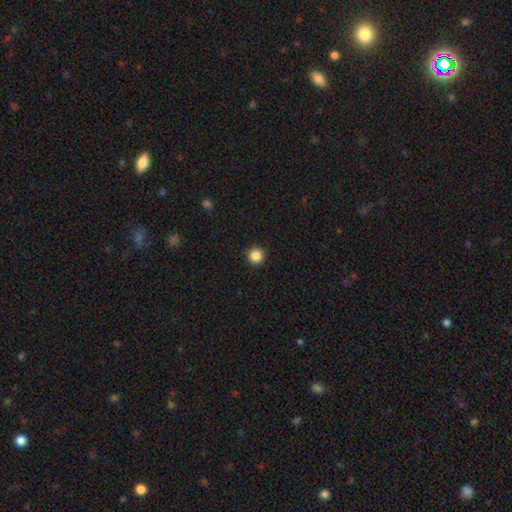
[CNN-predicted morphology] smooth-or-featured: smooth: 86% | star or artifact: 11% | featured or disk: 3%
  how-rounded: round: 96% | in between: 3% | cigar-shaped: 1%
  merging: none: 93% | minor disturbance: 4% | major disturbance: 2% | merger: 1%